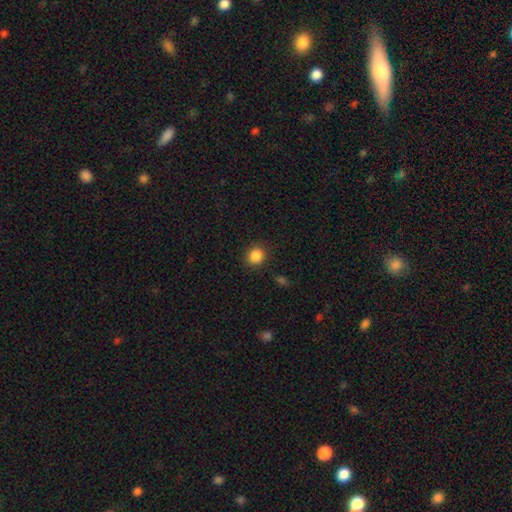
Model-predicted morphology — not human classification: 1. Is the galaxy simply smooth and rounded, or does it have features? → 86% smooth, 10% star or artifact, 3% featured or disk.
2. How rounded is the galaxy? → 82% round, 17% in between, 1% cigar-shaped.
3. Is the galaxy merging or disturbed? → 88% none, 7% minor disturbance, 3% major disturbance, 1% merger.